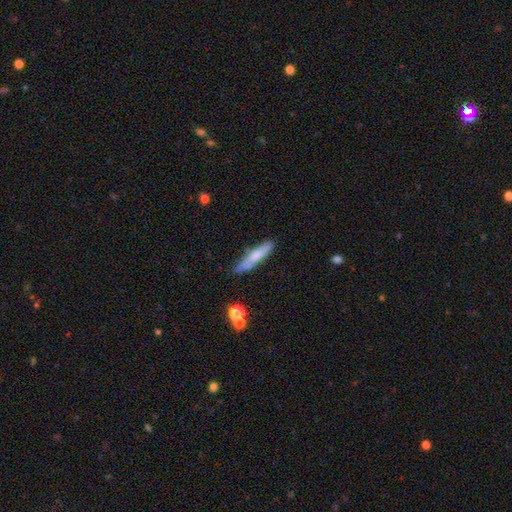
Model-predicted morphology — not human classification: This appears to be a smooth galaxy with no disk features (66%) that is cigar-shaped (85%). Merging: none (73%).